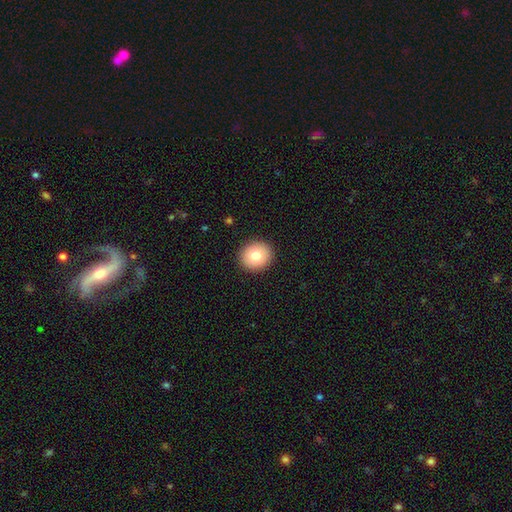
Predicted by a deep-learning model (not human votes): Smooth or featured: smooth — 79% (featured or disk — 11%)
How rounded: round — 86% (in between — 13%)
Merging: none — 92% (minor disturbance — 6%)